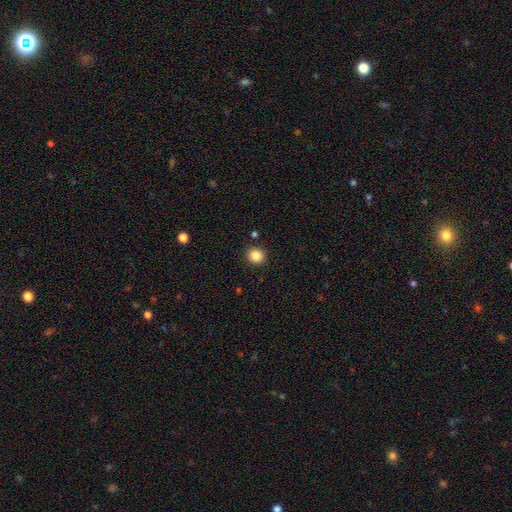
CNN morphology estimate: Q: Smooth or featured?
A: smooth (85%); runner-up: star or artifact (11%)
Q: How rounded?
A: round (84%); runner-up: in between (15%)
Q: Merging?
A: none (90%); runner-up: minor disturbance (6%)